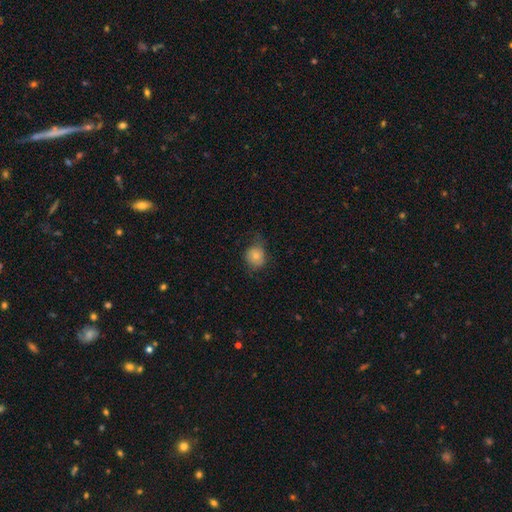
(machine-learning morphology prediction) smooth_or_featured: smooth (p=0.73) [alt: featured or disk p=0.17]
how_rounded: round (p=0.74) [alt: in between p=0.25]
merging: none (p=0.57) [alt: minor disturbance p=0.28]